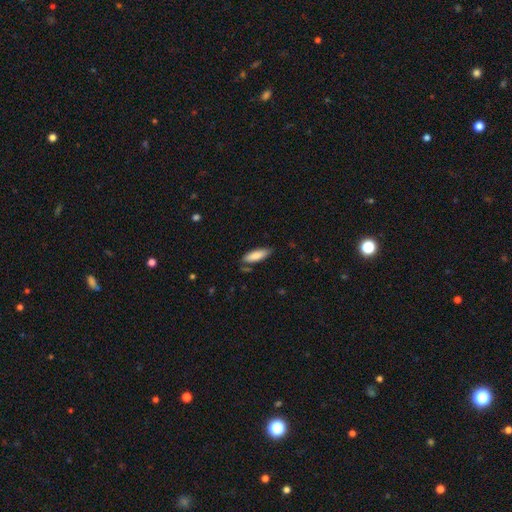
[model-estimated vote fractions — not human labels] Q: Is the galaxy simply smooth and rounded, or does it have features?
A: smooth — 84%.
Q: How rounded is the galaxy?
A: in between — 55%.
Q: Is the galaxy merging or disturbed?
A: none — 78%.